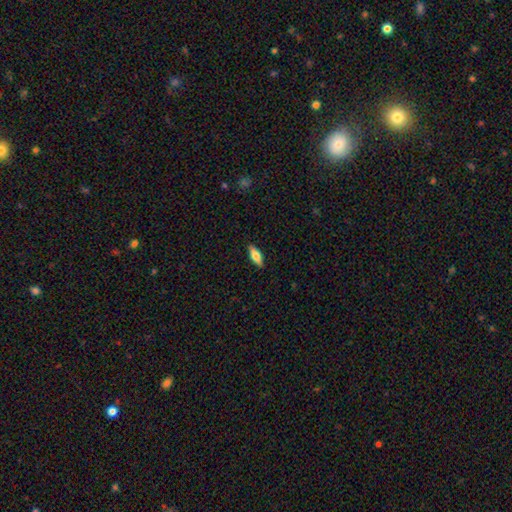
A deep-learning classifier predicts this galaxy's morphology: Smooth or featured: smooth — 67% (featured or disk — 27%)
How rounded: in between — 68% (cigar-shaped — 30%)
Merging: none — 89% (minor disturbance — 9%)